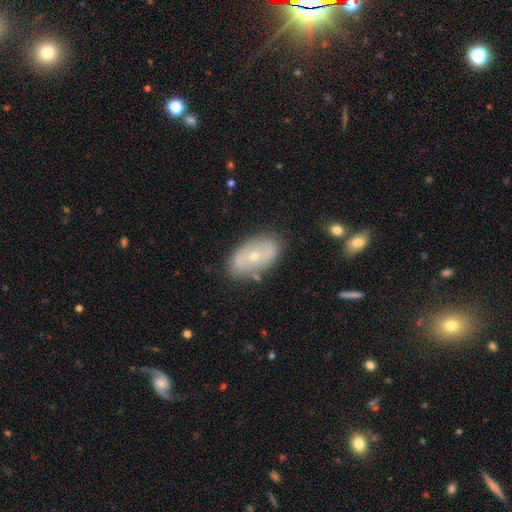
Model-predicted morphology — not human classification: smooth_or_featured: featured or disk (p=0.53) [alt: smooth p=0.40]
disk_edge_on: no (p=0.90) [alt: yes p=0.10]
merging: none (p=0.79) [alt: minor disturbance p=0.15]